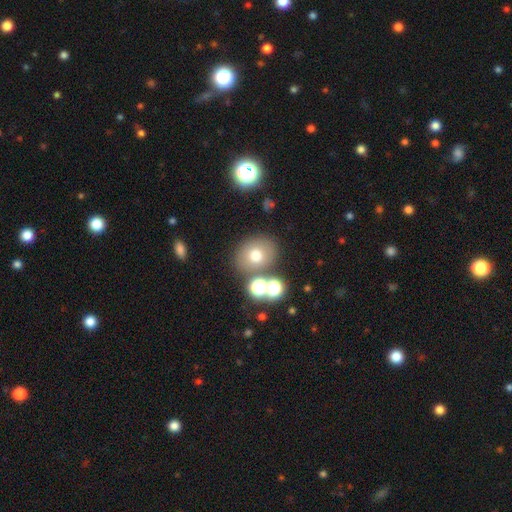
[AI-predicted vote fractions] A smooth galaxy with no disk features (69%) that is round (66%). Merging: none (72%).